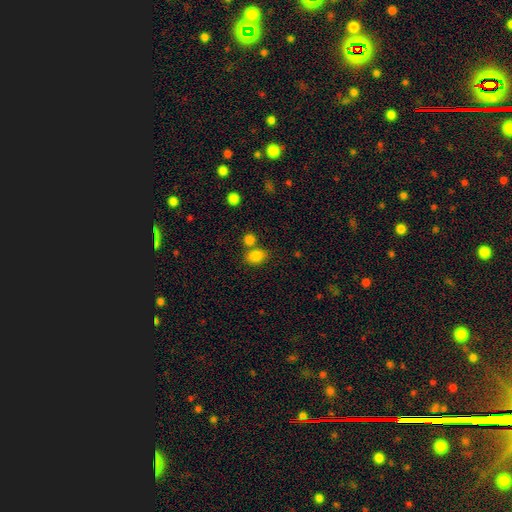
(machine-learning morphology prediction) A smooth galaxy with no disk features (84%) that is in between round and cigar-shaped (64%).

Vote fractions:
- Smooth or featured? smooth: 84% / star or artifact: 10% / featured or disk: 6%
- How rounded? in between: 64% / round: 35% / cigar-shaped: 1%
- Merging? none: 63% / merger: 22% / minor disturbance: 11% / major disturbance: 4%